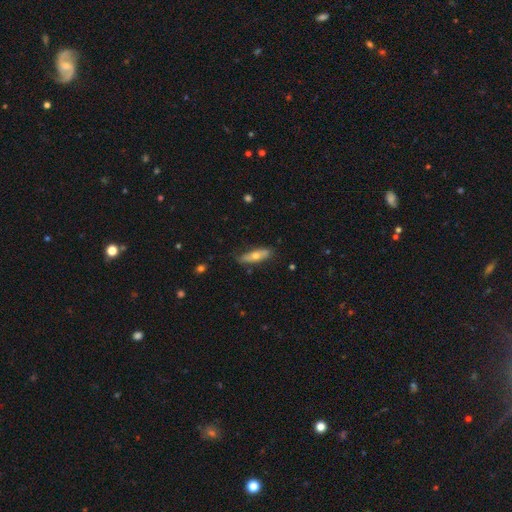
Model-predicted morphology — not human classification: This appears to be a smooth galaxy with no disk features (59%) that is cigar-shaped (54%). Merging: none (80%).